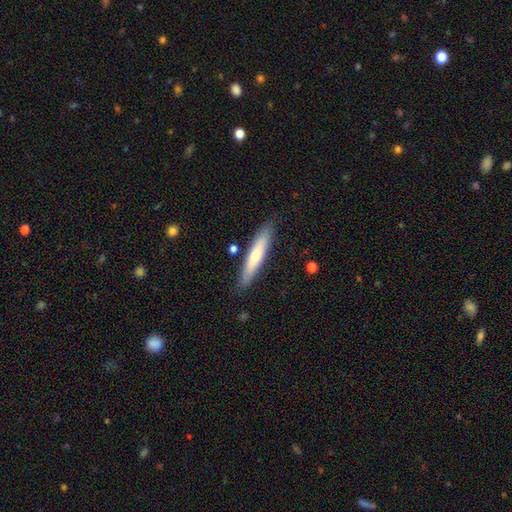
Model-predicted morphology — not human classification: Smooth or featured?
  - smooth: 58% *
  - featured or disk: 36%
  - star or artifact: 6%
How rounded?
  - cigar-shaped: 87% *
  - in between: 12%
  - round: 1%
Merging?
  - none: 86% *
  - minor disturbance: 10%
  - merger: 2%
  - major disturbance: 2%